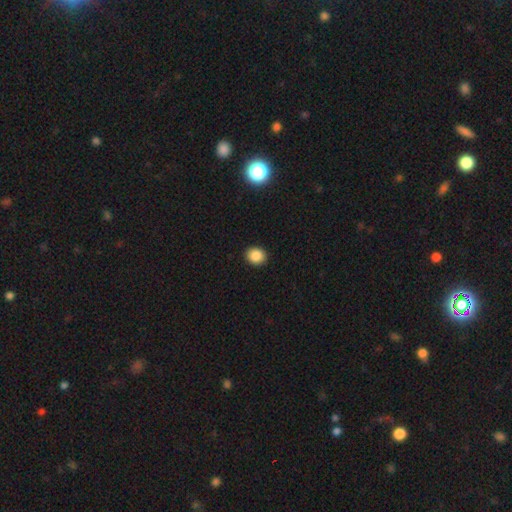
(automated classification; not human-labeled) Smooth or featured: smooth — 87% (star or artifact — 10%)
How rounded: round — 72% (in between — 27%)
Merging: none — 92% (minor disturbance — 5%)